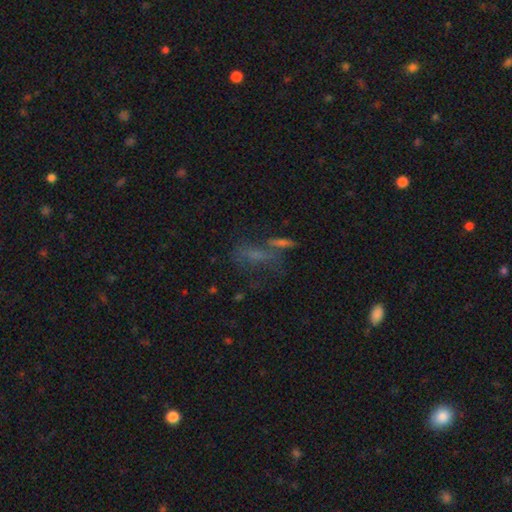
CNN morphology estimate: Q: Smooth or featured?
A: smooth (38%); runner-up: star or artifact (31%)
Q: Merging?
A: none (41%); runner-up: merger (26%)